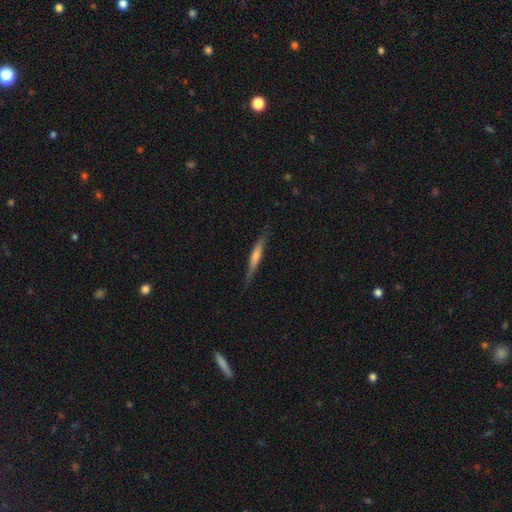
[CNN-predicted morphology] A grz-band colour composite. It shows a featured or disk galaxy (56%) viewed edge-on (96%) with a rounded central bulge (45%). Merging: none (85%).